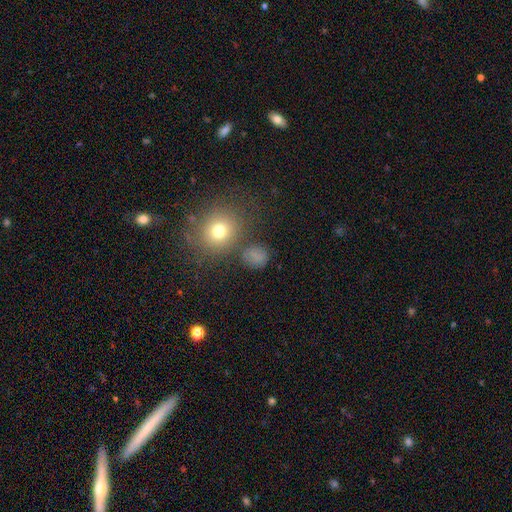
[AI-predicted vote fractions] Smooth or featured: smooth — 73% (star or artifact — 17%)
How rounded: round — 79% (in between — 20%)
Merging: none — 75% (minor disturbance — 13%)